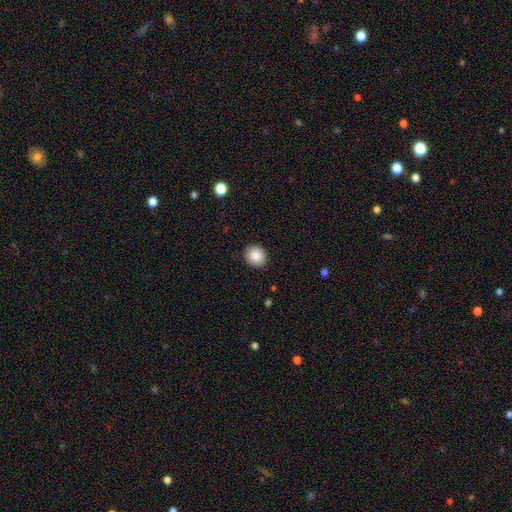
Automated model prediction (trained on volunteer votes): A smooth galaxy with no disk features (87%) that is round (78%). Merging: none (90%).